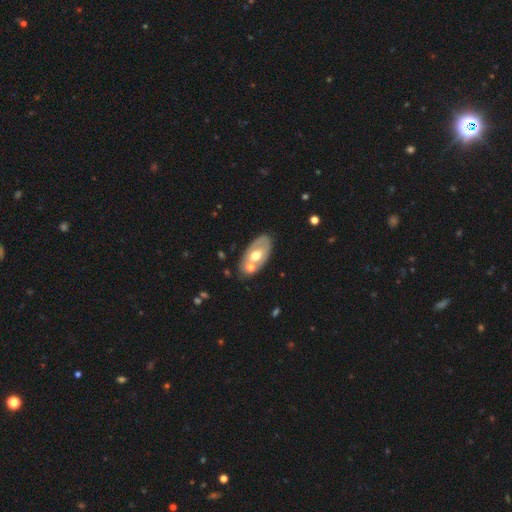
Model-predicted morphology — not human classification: smooth-or-featured: featured or disk: 49% | smooth: 45% | star or artifact: 6%
  merging: none: 56% | merger: 23% | minor disturbance: 16% | major disturbance: 5%